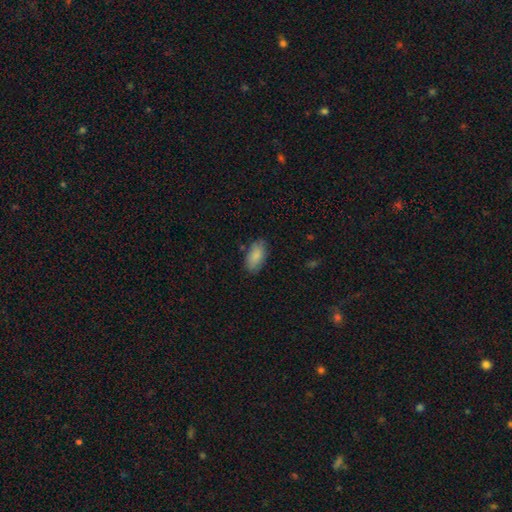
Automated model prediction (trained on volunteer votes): Overall: smooth (86%). How rounded: in between (93%). Merging: none (79%).